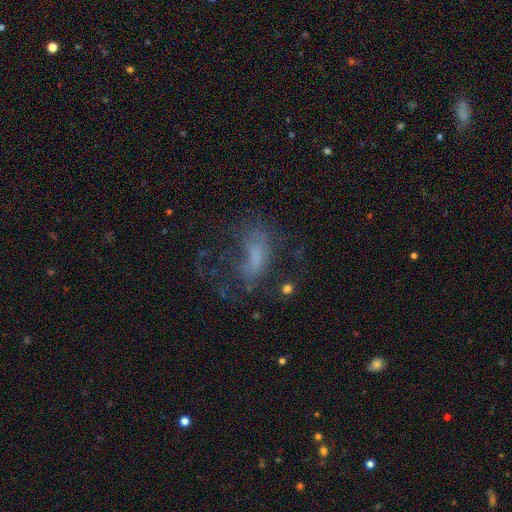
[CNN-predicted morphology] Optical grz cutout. It shows a featured or disk galaxy (45%). Merging: none (41%).